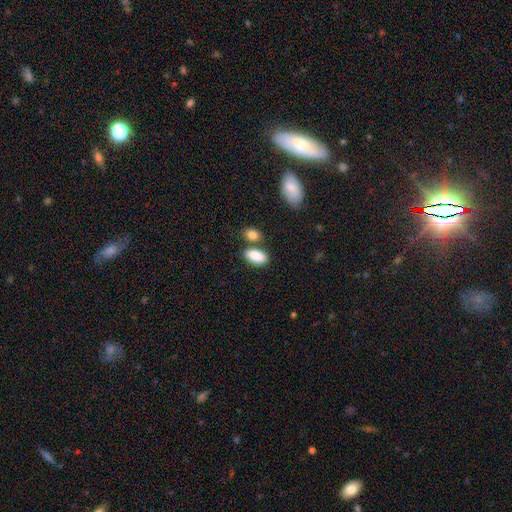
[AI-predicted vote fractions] Smooth or featured: smooth — 88% (star or artifact — 7%)
How rounded: in between — 92% (round — 4%)
Merging: none — 65% (merger — 18%)